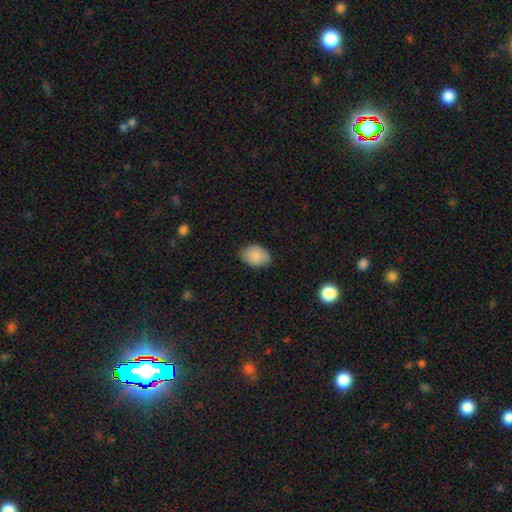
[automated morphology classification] A smooth galaxy with no disk features (88%) that is in between round and cigar-shaped (74%). Merging: none (81%).